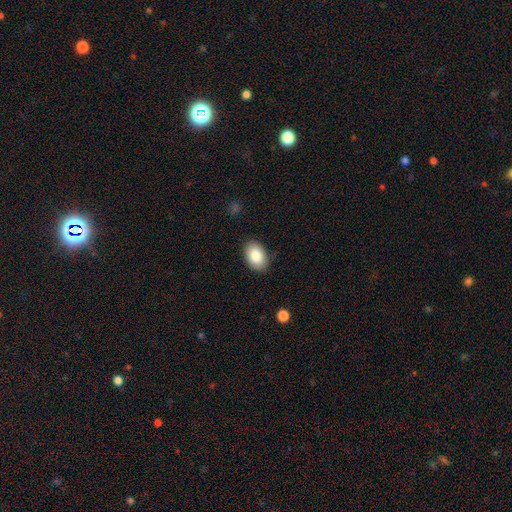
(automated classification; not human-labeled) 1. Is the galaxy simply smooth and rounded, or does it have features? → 86% smooth, 7% featured or disk, 7% star or artifact.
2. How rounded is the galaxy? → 89% in between, 10% round, 1% cigar-shaped.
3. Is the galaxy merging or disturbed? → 86% none, 11% minor disturbance, 2% major disturbance, 1% merger.